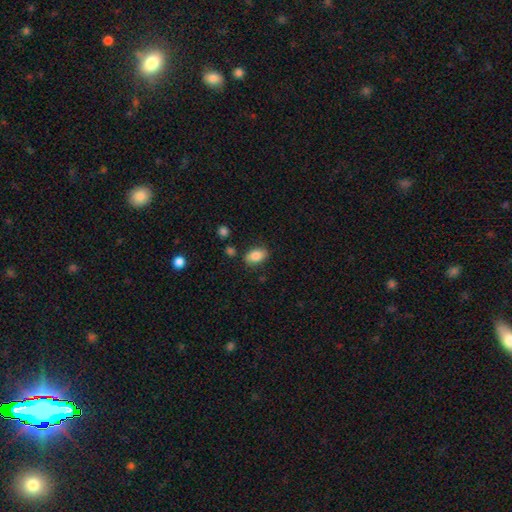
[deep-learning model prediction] Q: Smooth or featured?
A: smooth (86%); runner-up: star or artifact (8%)
Q: How rounded?
A: in between (89%); runner-up: round (8%)
Q: Merging?
A: none (82%); runner-up: minor disturbance (12%)